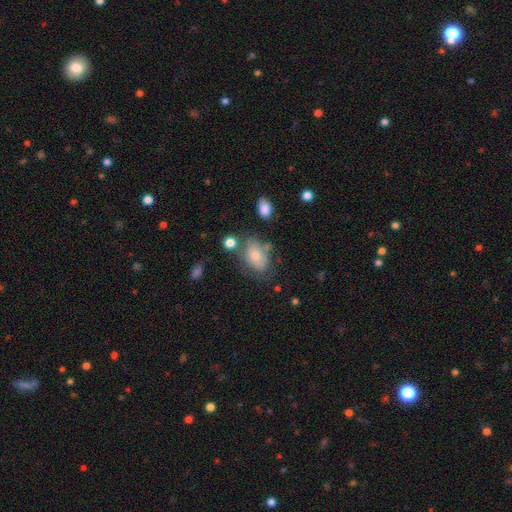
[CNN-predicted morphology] smooth 72%, featured or disk 20%, star or artifact 8%. Down the decision tree: how rounded — in between (84%); merging — none (49%).